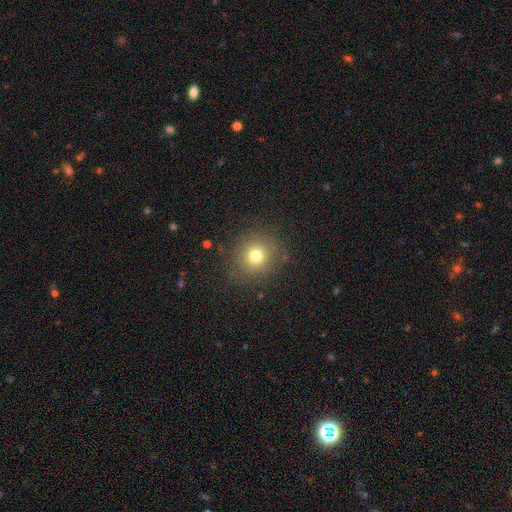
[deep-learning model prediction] Morphology: type=smooth (74%); roundness=round (88%); merging=none (85%).